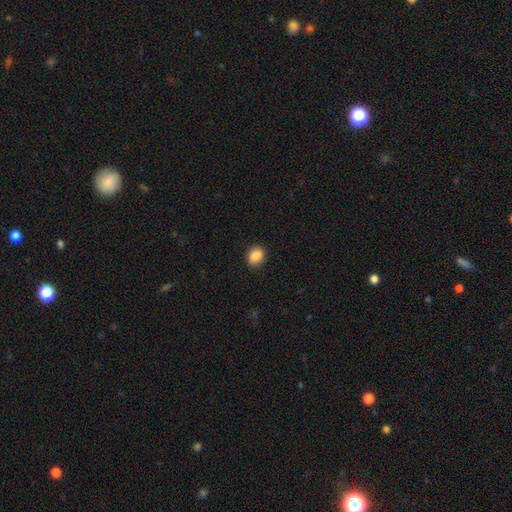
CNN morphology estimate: smooth-or-featured: smooth: 87% | star or artifact: 9% | featured or disk: 4%
  how-rounded: in between: 51% | round: 48% | cigar-shaped: 1%
  merging: none: 89% | minor disturbance: 8% | major disturbance: 2% | merger: 1%